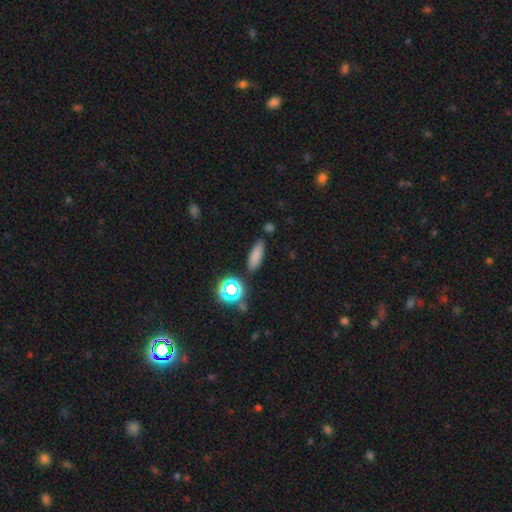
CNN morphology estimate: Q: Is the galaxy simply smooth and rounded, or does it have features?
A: smooth — 76%.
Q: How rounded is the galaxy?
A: in between — 48%.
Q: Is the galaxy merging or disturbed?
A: none — 81%.